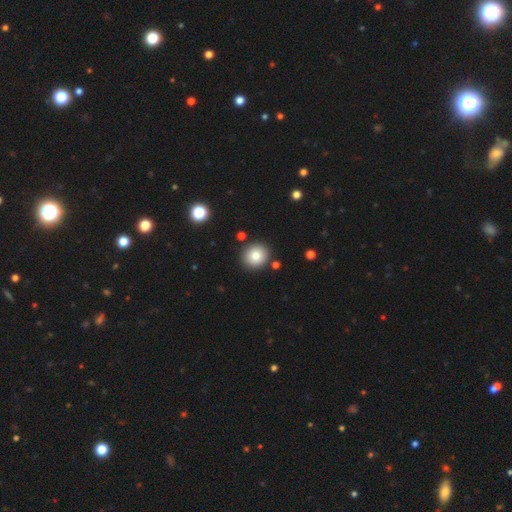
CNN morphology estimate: A smooth galaxy with no disk features (82%) that is round (89%).

Vote fractions:
- Smooth or featured? smooth: 82% / star or artifact: 10% / featured or disk: 8%
- How rounded? round: 89% / in between: 10% / cigar-shaped: 1%
- Merging? none: 88% / minor disturbance: 7% / merger: 4% / major disturbance: 2%